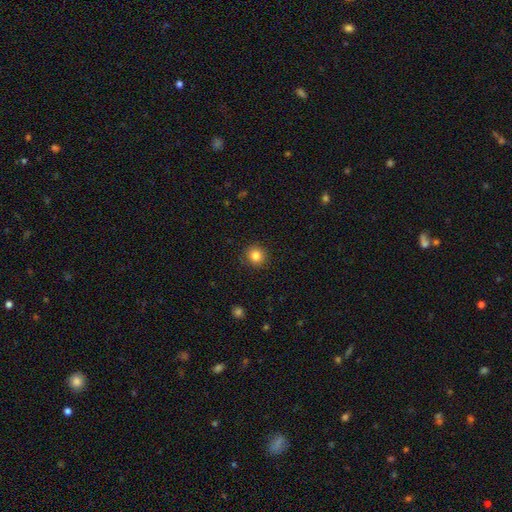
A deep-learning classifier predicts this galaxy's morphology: A smooth galaxy with no disk features (84%) that is round (92%).

Vote fractions:
- Smooth or featured? smooth: 84% / star or artifact: 11% / featured or disk: 5%
- How rounded? round: 92% / in between: 7% / cigar-shaped: 1%
- Merging? none: 91% / minor disturbance: 6% / major disturbance: 2% / merger: 1%